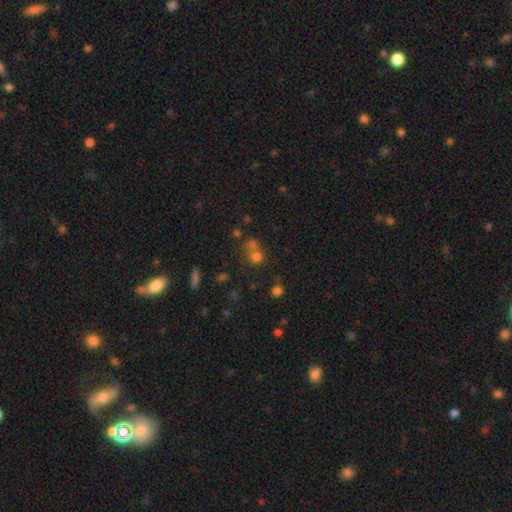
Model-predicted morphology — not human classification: This is possibly a smooth galaxy (59%). How rounded: likely round (80%). Merging: marginally none (44%).